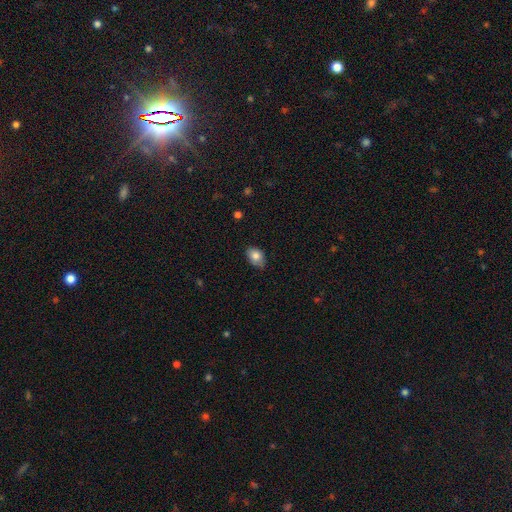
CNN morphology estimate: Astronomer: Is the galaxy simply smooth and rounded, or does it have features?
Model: smooth — 82%.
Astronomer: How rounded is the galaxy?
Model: in between — 78%.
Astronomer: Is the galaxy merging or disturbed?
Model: none — 75%.